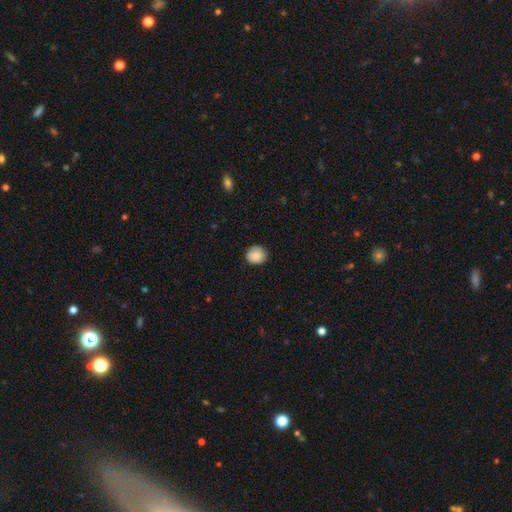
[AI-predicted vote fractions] smooth_or_featured: smooth (p=0.85) [alt: star or artifact p=0.08]
how_rounded: round (p=0.86) [alt: in between p=0.13]
merging: none (p=0.82) [alt: minor disturbance p=0.15]